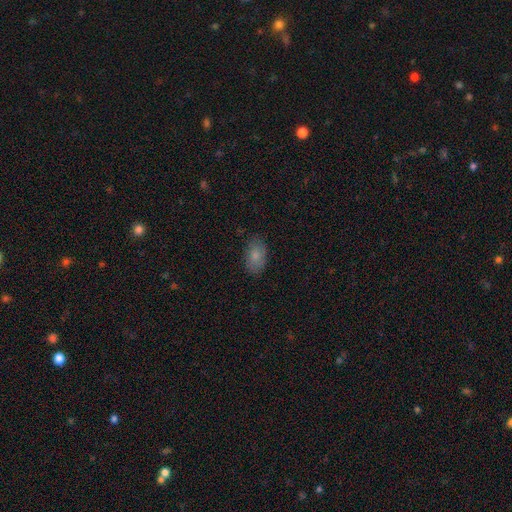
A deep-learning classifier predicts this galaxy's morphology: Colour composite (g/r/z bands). It shows a smooth galaxy with no disk features (82%) that is in between round and cigar-shaped (91%). Merging: none (81%).